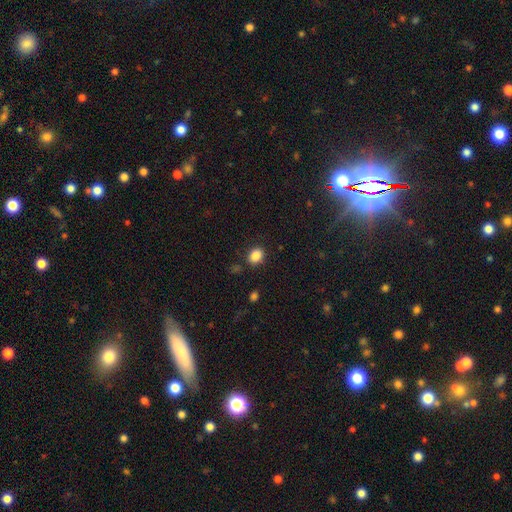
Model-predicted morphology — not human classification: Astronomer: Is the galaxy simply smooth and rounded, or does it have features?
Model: smooth — 86%.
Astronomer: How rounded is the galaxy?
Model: in between — 58% (runner-up: round, 41%).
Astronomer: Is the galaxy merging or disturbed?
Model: none — 83%.